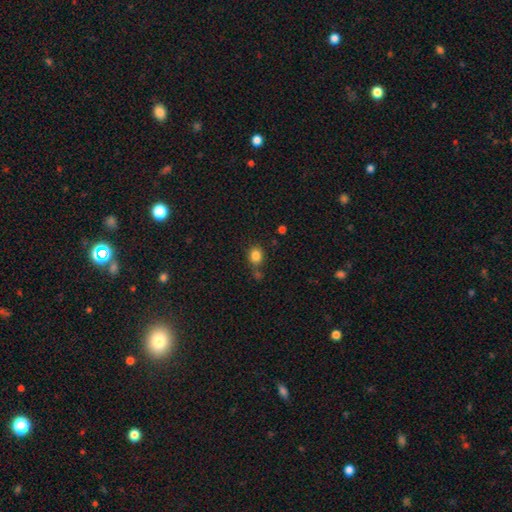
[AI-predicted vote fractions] Smooth or featured: smooth — 84% (star or artifact — 11%)
How rounded: round — 64% (in between — 35%)
Merging: none — 69% (minor disturbance — 14%)